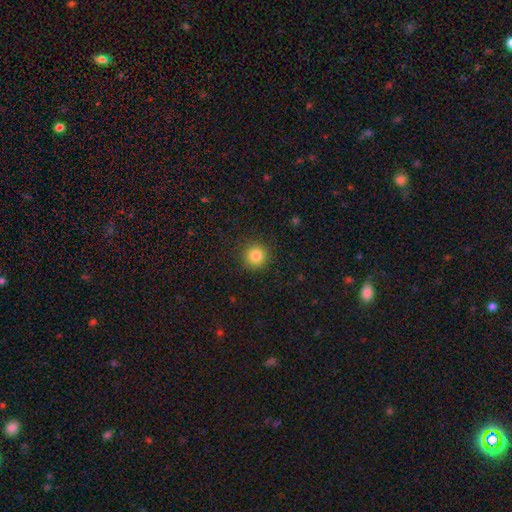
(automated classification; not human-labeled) Smooth or featured? Predicted: smooth (p=0.83). How rounded? Predicted: round (p=0.95). Merging? Predicted: none (p=0.91).